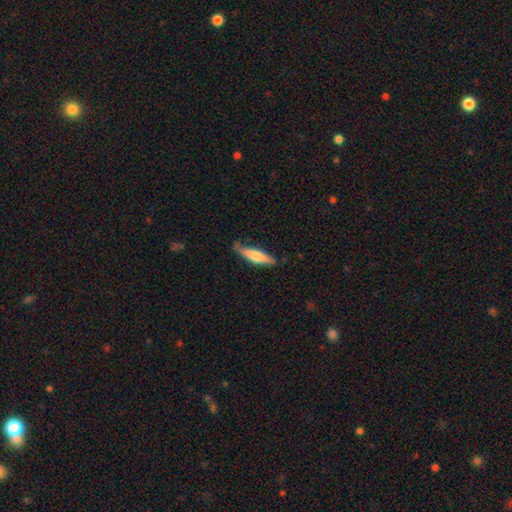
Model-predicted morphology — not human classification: Smooth or featured? Predicted: smooth (p=0.68). How rounded? Predicted: cigar-shaped (p=0.72). Merging? Predicted: none (p=0.70).